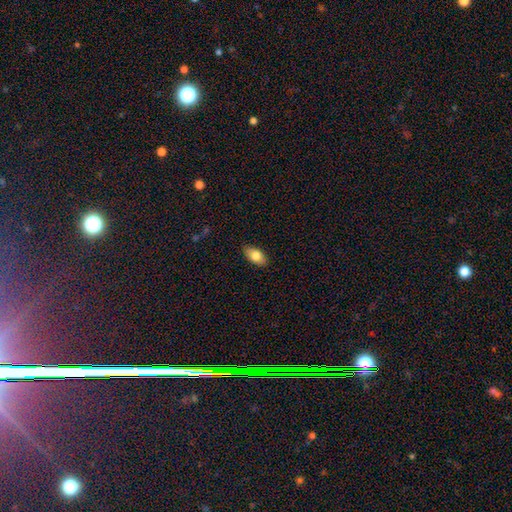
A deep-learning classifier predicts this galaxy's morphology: Smooth or featured? Predicted: smooth (p=0.81). How rounded? Predicted: in between (p=0.92). Merging? Predicted: none (p=0.87).